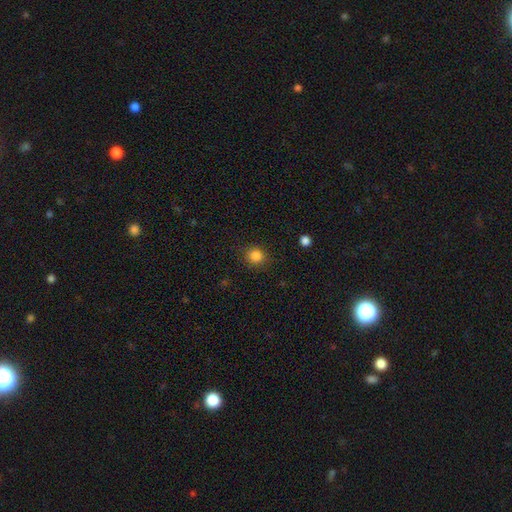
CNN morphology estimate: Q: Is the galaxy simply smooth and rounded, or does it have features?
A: smooth — 85%.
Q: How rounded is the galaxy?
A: round — 86%.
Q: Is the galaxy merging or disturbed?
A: none — 87%.